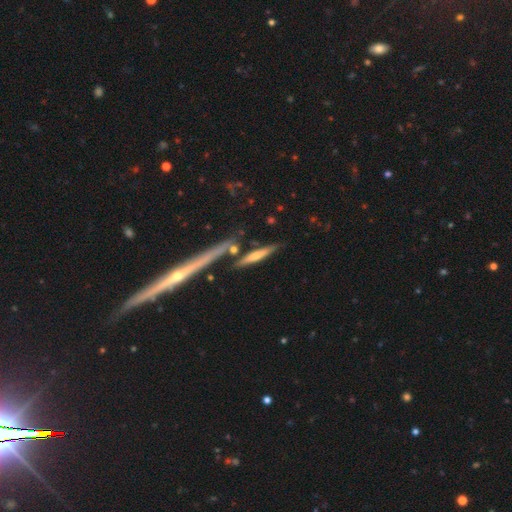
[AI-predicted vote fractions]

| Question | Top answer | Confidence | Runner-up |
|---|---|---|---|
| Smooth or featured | smooth | 57% | featured or disk (36%) |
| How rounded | cigar-shaped | 87% | in between (10%) |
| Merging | none | 71% | minor disturbance (13%) |